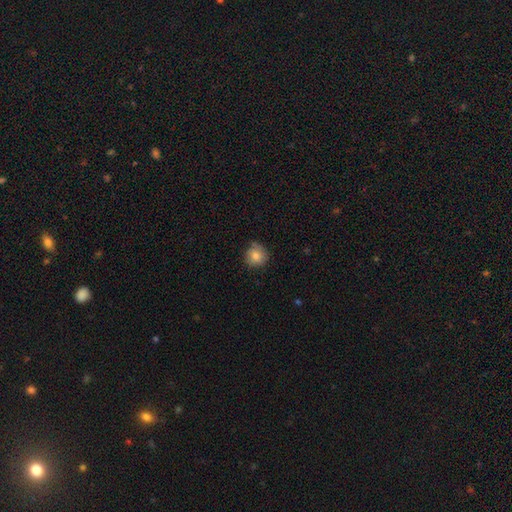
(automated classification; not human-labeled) A smooth galaxy with no disk features (80%) that is round (92%). Merging: none (78%).